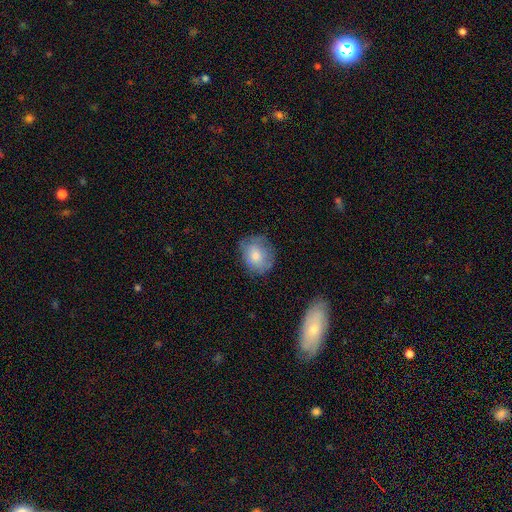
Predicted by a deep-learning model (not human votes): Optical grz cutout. It shows a smooth galaxy with no disk features (75%) that is round (57%). Merging: none (70%).